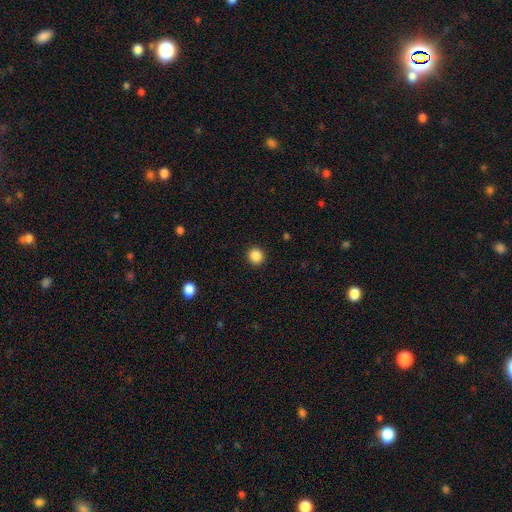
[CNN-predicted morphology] Smooth or featured? Predicted: smooth (p=0.87). How rounded? Predicted: round (p=0.91). Merging? Predicted: none (p=0.93).